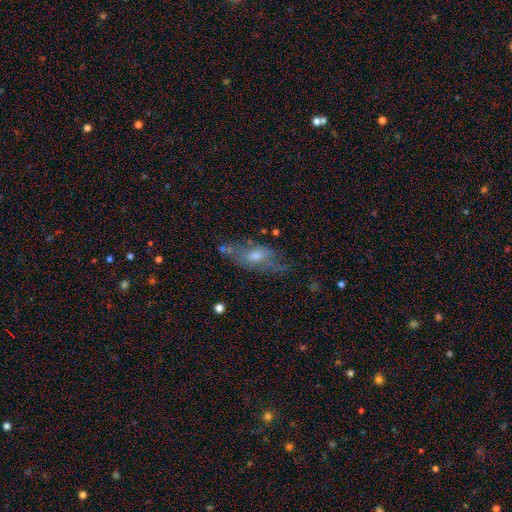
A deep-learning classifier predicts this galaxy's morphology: This is possibly a featured or disk galaxy (56%). It is likely not viewed edge-on (68%). Merging: possibly none (59%).